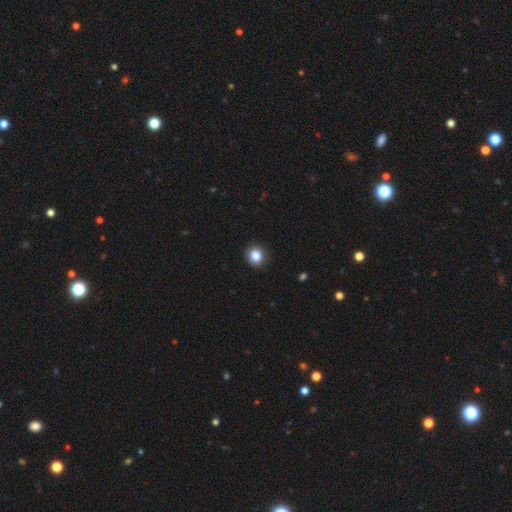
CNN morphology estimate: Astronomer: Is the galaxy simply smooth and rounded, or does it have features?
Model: smooth — 85%.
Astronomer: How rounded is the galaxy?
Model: round — 85%.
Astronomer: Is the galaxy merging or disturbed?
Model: none — 90%.